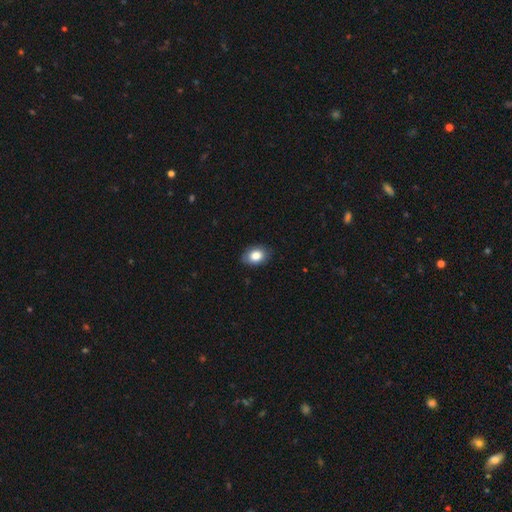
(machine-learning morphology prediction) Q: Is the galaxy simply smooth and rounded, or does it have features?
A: smooth — 84%.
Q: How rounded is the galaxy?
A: in between — 77%.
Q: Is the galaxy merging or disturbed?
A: none — 84%.